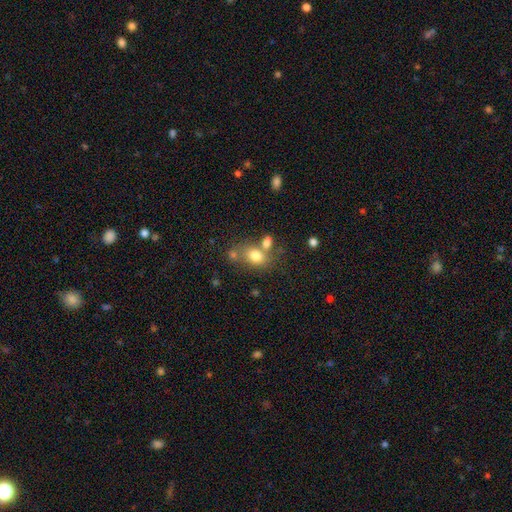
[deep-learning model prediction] Morphology: type=smooth (77%); roundness=in between (65%); merging=none (48%).